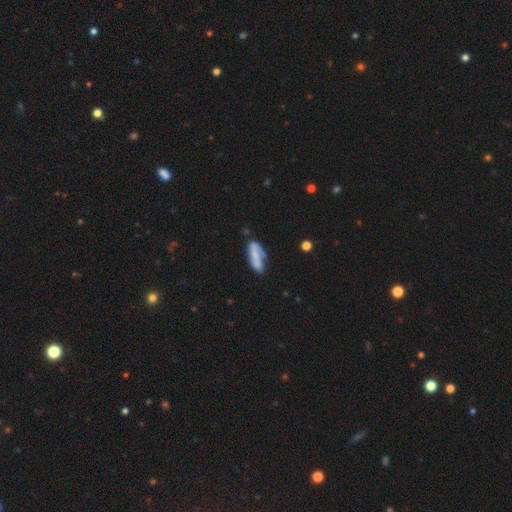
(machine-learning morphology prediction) smooth 53%, featured or disk 39%, star or artifact 8%. Down the decision tree: how rounded — in between (63%); merging — none (46%).